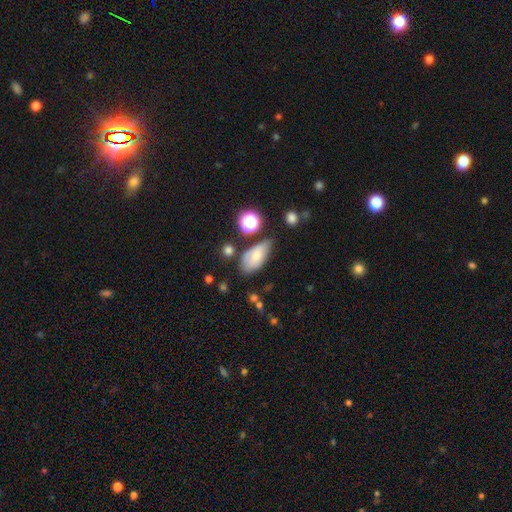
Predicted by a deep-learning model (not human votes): Smooth or featured?
  - smooth: 69% *
  - featured or disk: 20%
  - star or artifact: 11%
How rounded?
  - in between: 88% *
  - round: 6%
  - cigar-shaped: 5%
Merging?
  - none: 53% *
  - minor disturbance: 30%
  - major disturbance: 9%
  - merger: 8%